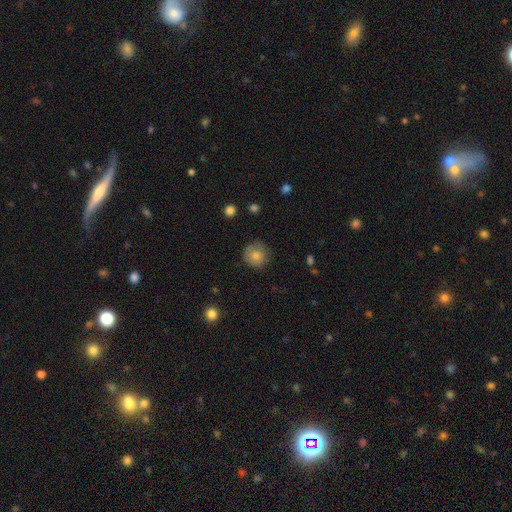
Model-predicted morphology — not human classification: This appears to be a smooth galaxy with no disk features (78%) that is round (91%). Merging: none (75%).